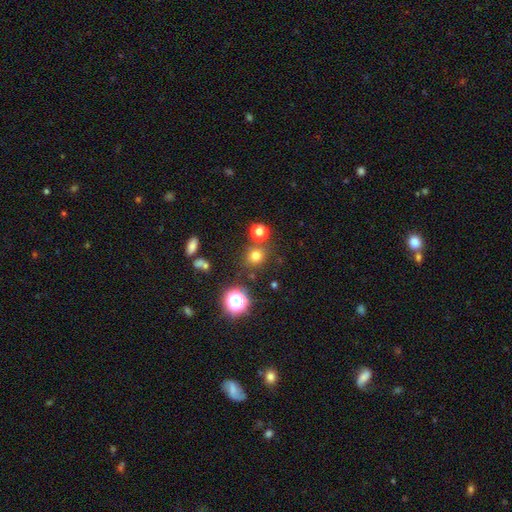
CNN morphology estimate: smooth 70%, star or artifact 22%, featured or disk 8%. Down the decision tree: how rounded — round (84%); merging — none (78%).